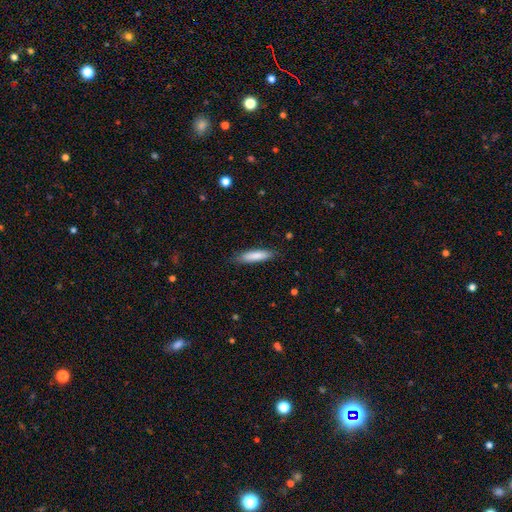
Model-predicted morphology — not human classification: Smooth or featured: smooth — 83% (featured or disk — 11%)
How rounded: cigar-shaped — 74% (in between — 25%)
Merging: none — 85% (minor disturbance — 12%)